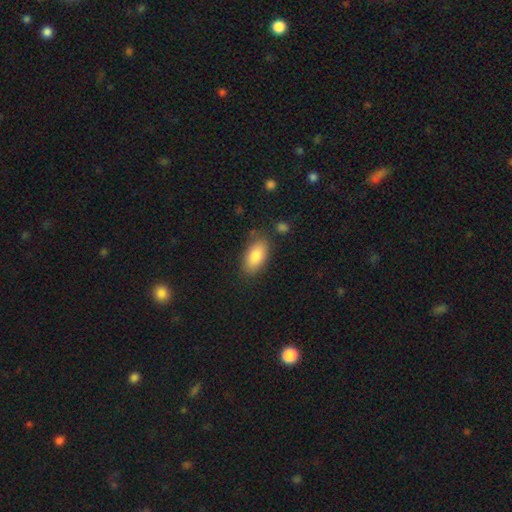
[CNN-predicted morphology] smooth-or-featured: smooth: 84% | featured or disk: 9% | star or artifact: 7%
  how-rounded: in between: 91% | cigar-shaped: 6% | round: 3%
  merging: none: 79% | minor disturbance: 14% | major disturbance: 4% | merger: 3%